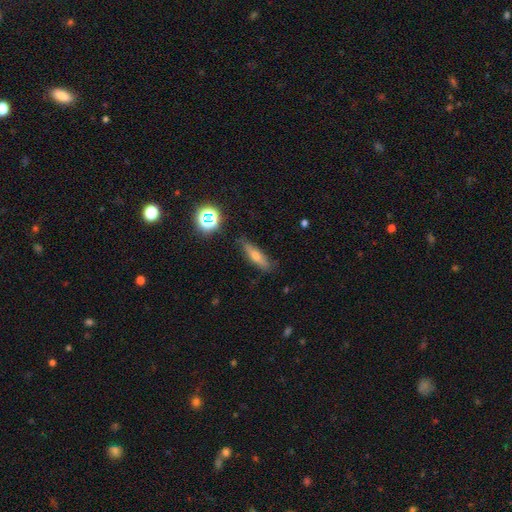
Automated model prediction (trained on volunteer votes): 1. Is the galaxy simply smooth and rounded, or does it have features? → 55% smooth, 31% featured or disk, 14% star or artifact.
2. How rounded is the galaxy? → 68% cigar-shaped, 27% in between, 5% round.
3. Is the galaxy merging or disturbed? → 81% none, 14% minor disturbance, 3% major disturbance, 2% merger.